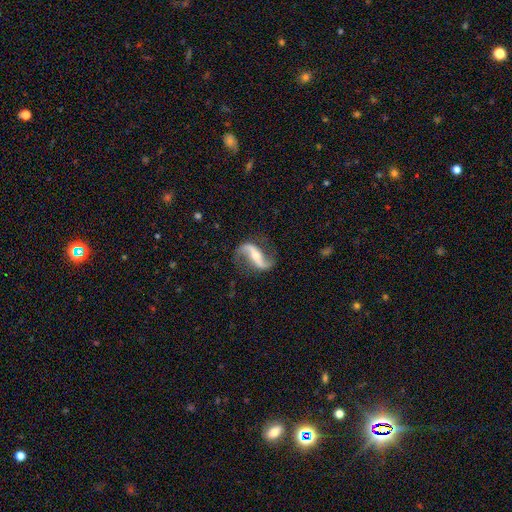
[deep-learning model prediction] This appears to be a featured or disk galaxy (89%) with a strong bar (44%), 2 (94%) loose (84%) spiral arms (96%) and a small central bulge (49%). Merging: none (80%).